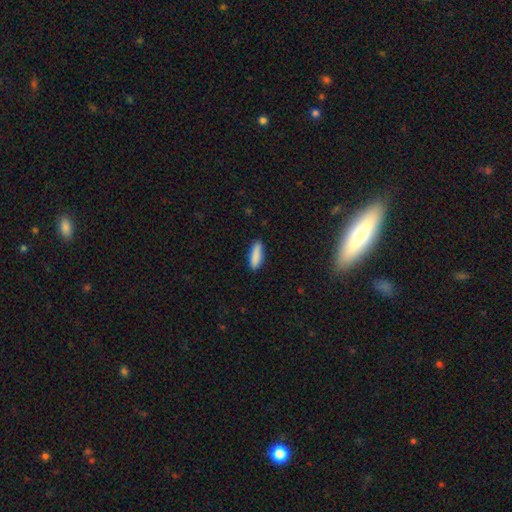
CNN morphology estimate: Q: Smooth or featured?
A: smooth (88%); runner-up: star or artifact (7%)
Q: How rounded?
A: cigar-shaped (53%); runner-up: in between (46%)
Q: Merging?
A: none (86%); runner-up: minor disturbance (11%)